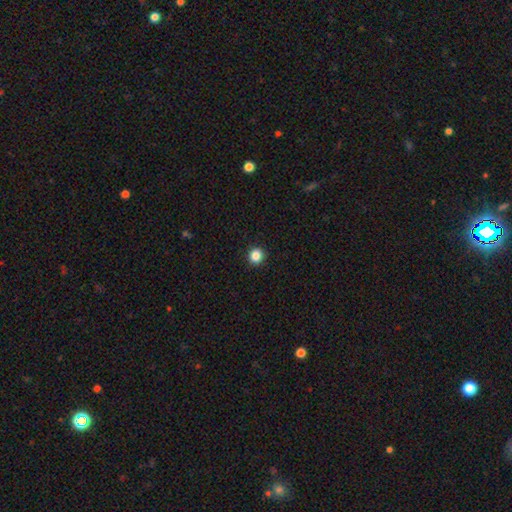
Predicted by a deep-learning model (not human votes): Smooth or featured?
  - smooth: 86% *
  - star or artifact: 11%
  - featured or disk: 3%
How rounded?
  - round: 91% *
  - in between: 8%
  - cigar-shaped: 1%
Merging?
  - none: 93% *
  - minor disturbance: 5%
  - major disturbance: 2%
  - merger: 1%